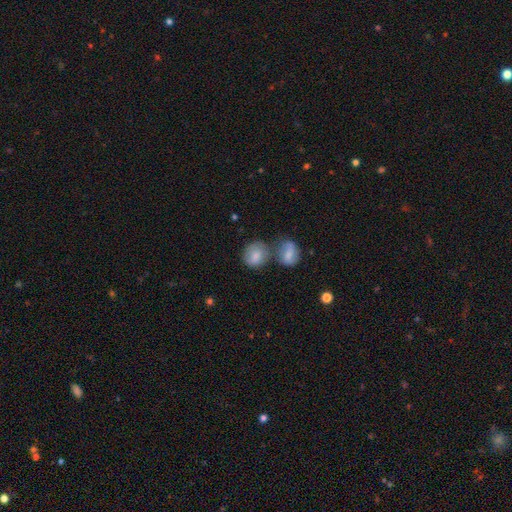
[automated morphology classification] A smooth galaxy with no disk features (80%) that is round (69%). Merging: none (42%).